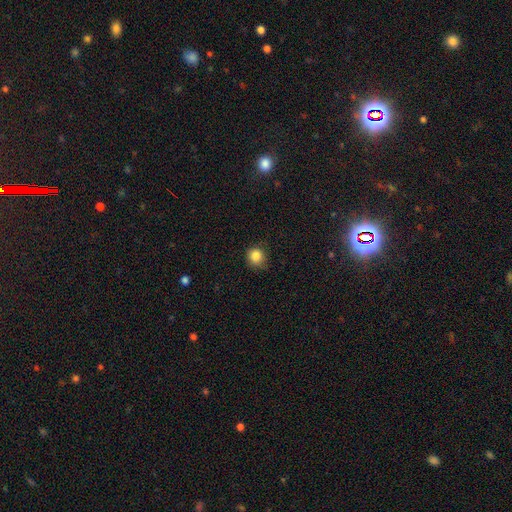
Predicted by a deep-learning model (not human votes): This is clearly a smooth galaxy (86%). How rounded: clearly round (89%). Merging: likely none (76%).